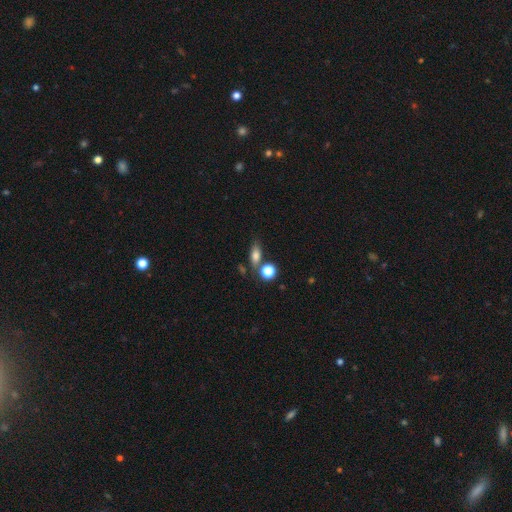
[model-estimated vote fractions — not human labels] Morphology: type=smooth (75%); roundness=in between (69%); merging=none (66%).